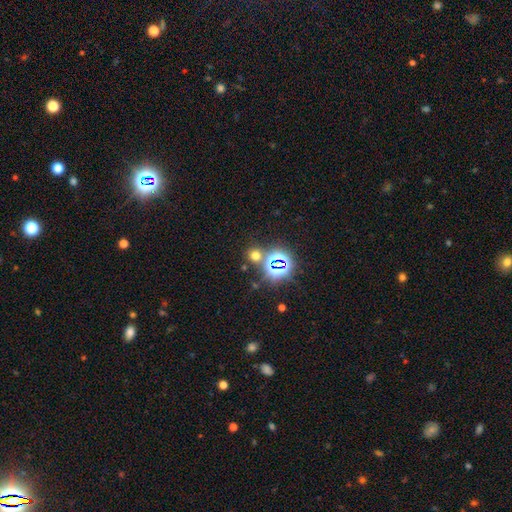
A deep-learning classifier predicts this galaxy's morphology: Smooth or featured: smooth — 53% (star or artifact — 40%)
How rounded: round — 85% (in between — 14%)
Merging: none — 75% (merger — 13%)